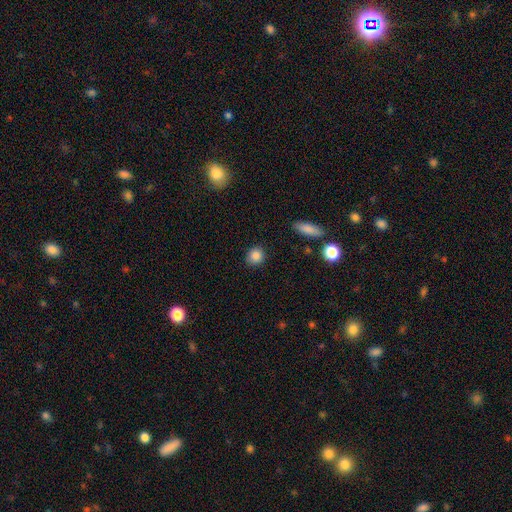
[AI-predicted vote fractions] Smooth or featured?
  - smooth: 86% *
  - star or artifact: 9%
  - featured or disk: 5%
How rounded?
  - round: 85% *
  - in between: 14%
  - cigar-shaped: 1%
Merging?
  - none: 89% *
  - minor disturbance: 8%
  - major disturbance: 2%
  - merger: 1%